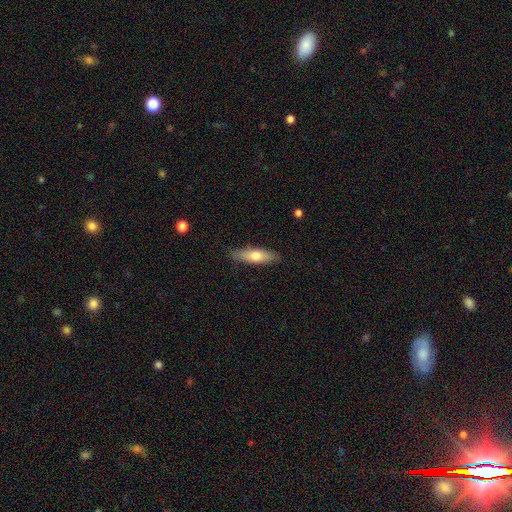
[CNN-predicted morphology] smooth 64%, featured or disk 30%, star or artifact 6%. Down the decision tree: how rounded — cigar-shaped (60%); merging — none (83%).